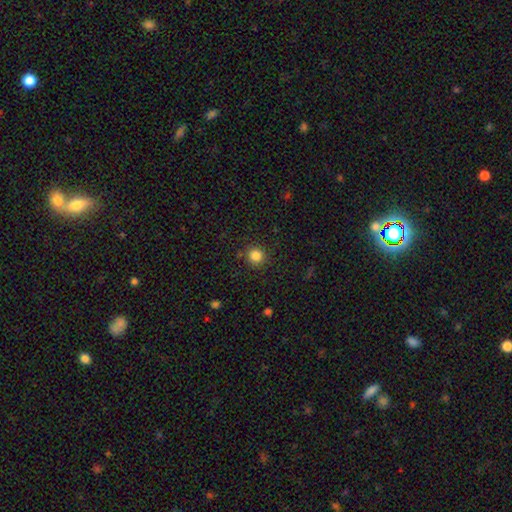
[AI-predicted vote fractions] Q: Smooth or featured?
A: smooth (84%); runner-up: star or artifact (12%)
Q: How rounded?
A: round (94%); runner-up: in between (6%)
Q: Merging?
A: none (89%); runner-up: minor disturbance (7%)